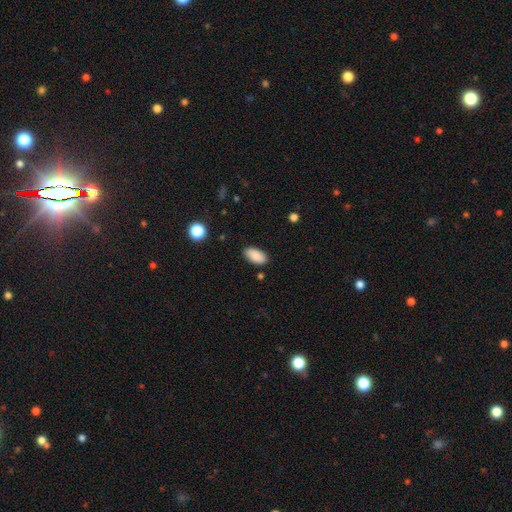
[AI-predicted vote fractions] Smooth or featured? smooth (88%)
How rounded? in between (94%)
Merging? none (84%)